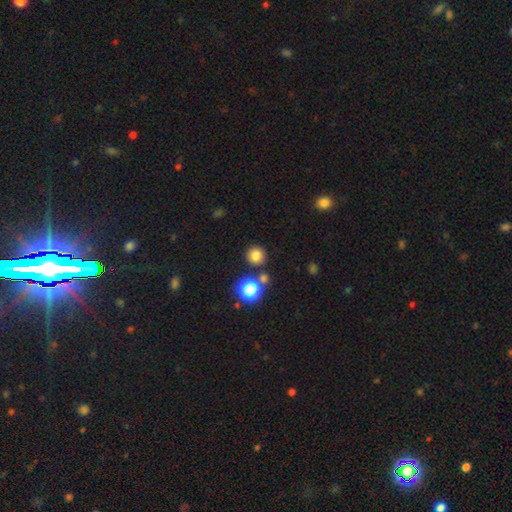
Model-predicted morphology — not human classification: smooth-or-featured: smooth: 77% | star or artifact: 17% | featured or disk: 6%
  how-rounded: round: 94% | in between: 5% | cigar-shaped: 1%
  merging: none: 84% | merger: 7% | minor disturbance: 6% | major disturbance: 2%